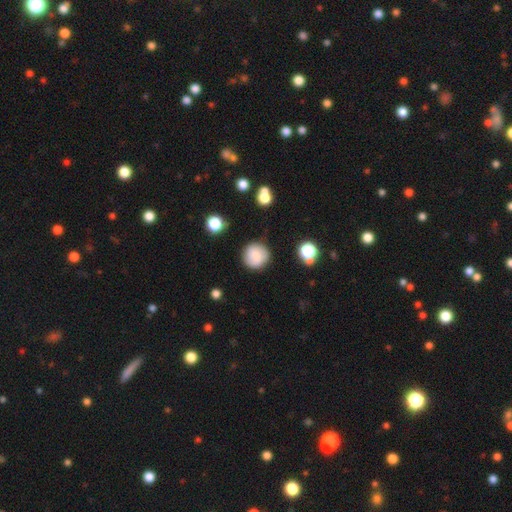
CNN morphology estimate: smooth 77%, featured or disk 14%, star or artifact 9%. Down the decision tree: how rounded — round (94%); merging — none (85%).